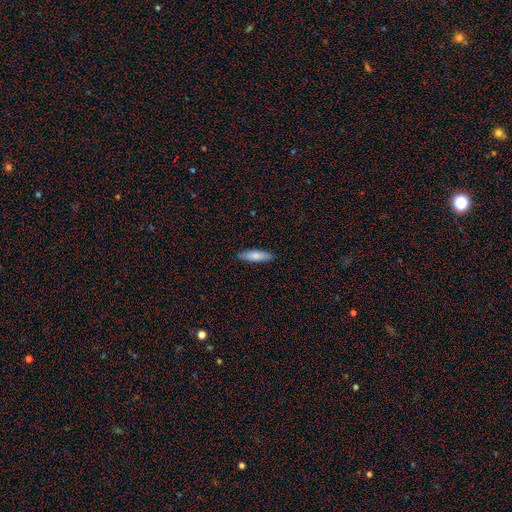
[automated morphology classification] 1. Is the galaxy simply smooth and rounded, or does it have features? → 78% smooth, 17% featured or disk, 6% star or artifact.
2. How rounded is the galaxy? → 61% cigar-shaped, 37% in between, 2% round.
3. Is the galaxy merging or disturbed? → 88% none, 9% minor disturbance, 2% major disturbance, 1% merger.